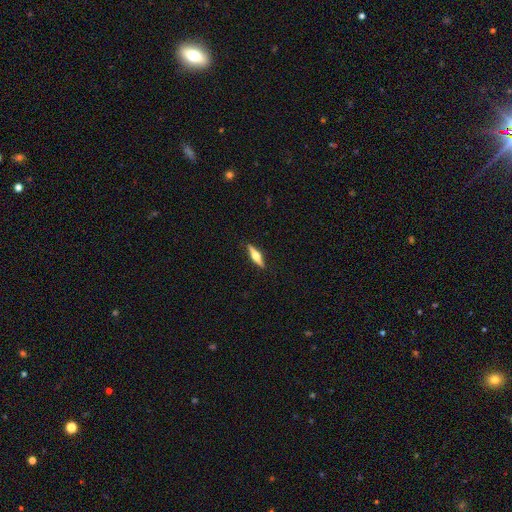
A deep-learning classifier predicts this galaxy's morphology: Overall: featured or disk (59%; smooth 35%). Edge-on disk: yes (96%). Edge-on bulge: rounded (92%). Merging: none (88%).